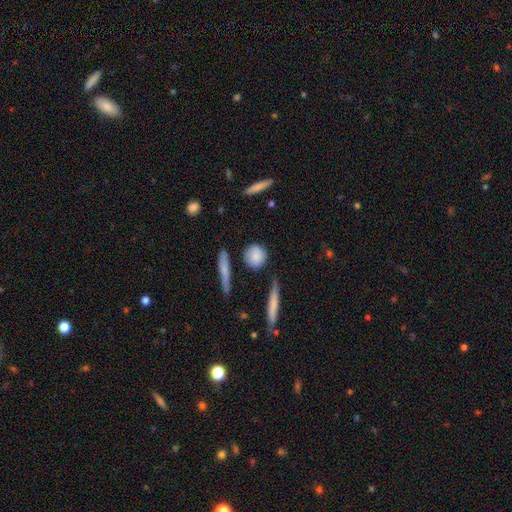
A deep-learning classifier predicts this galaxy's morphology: This appears to be a smooth galaxy with no disk features (80%) that is round (73%). Merging: none (73%).